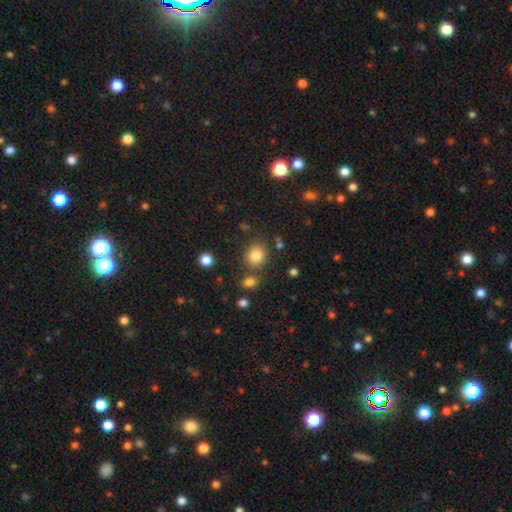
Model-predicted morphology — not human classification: A smooth galaxy with no disk features (82%) that is round (74%). Merging: none (77%).